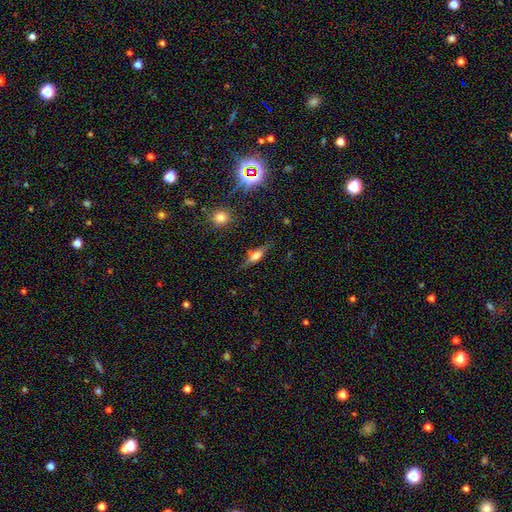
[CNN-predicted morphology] This is marginally a smooth galaxy (45%). Merging: likely none (78%).